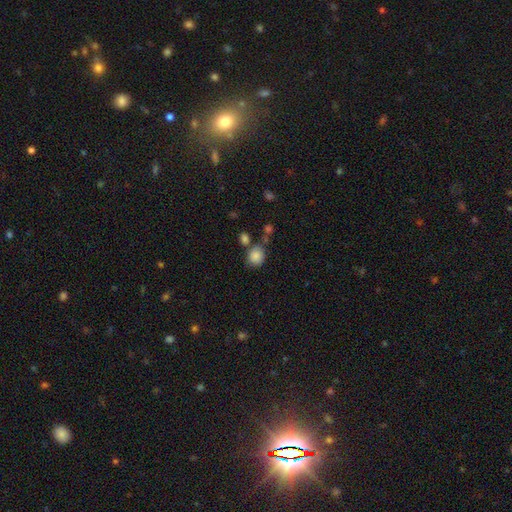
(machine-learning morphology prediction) smooth_or_featured: smooth (p=0.86) [alt: star or artifact p=0.09]
how_rounded: round (p=0.72) [alt: in between p=0.27]
merging: none (p=0.64) [alt: minor disturbance p=0.16]